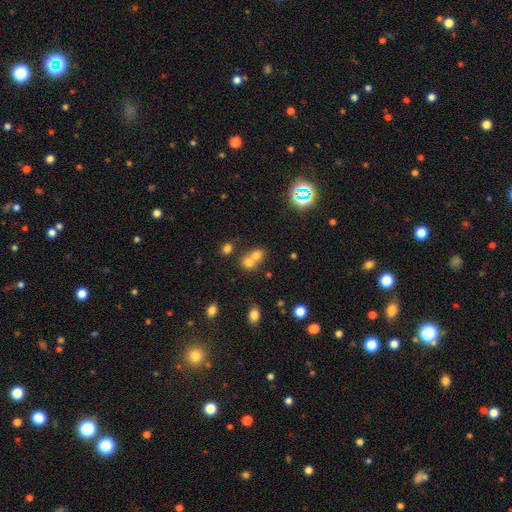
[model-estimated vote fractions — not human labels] This appears to be a smooth galaxy with no disk features (69%) that is round (69%). Merging: merger (63%).